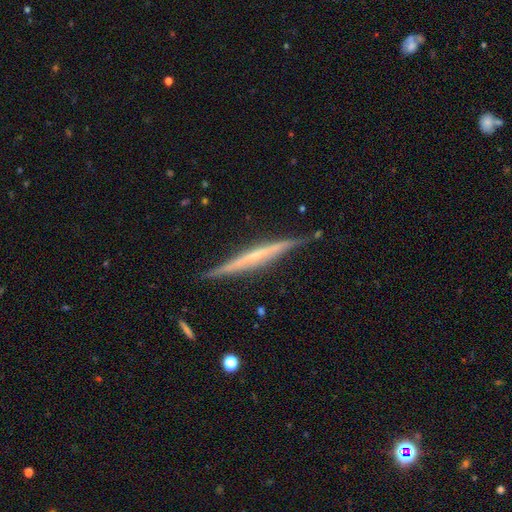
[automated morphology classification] smooth-or-featured: featured or disk: 73% | smooth: 21% | star or artifact: 6%
  disk-edge-on: yes: 97% | no: 3%
    edge-on-bulge: none: 54% | rounded: 37% | boxy: 9%
  merging: none: 86% | minor disturbance: 11% | major disturbance: 2% | merger: 2%